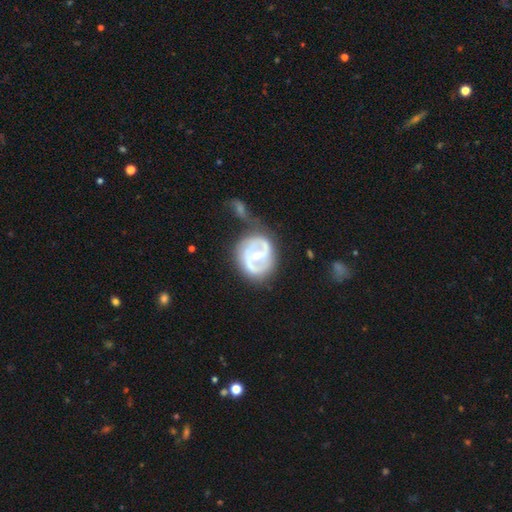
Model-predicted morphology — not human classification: This appears to be a featured or disk galaxy (75%) with a strong bar (40%), spiral arms (64%) and a small central bulge (49%). Merging: none (44%).